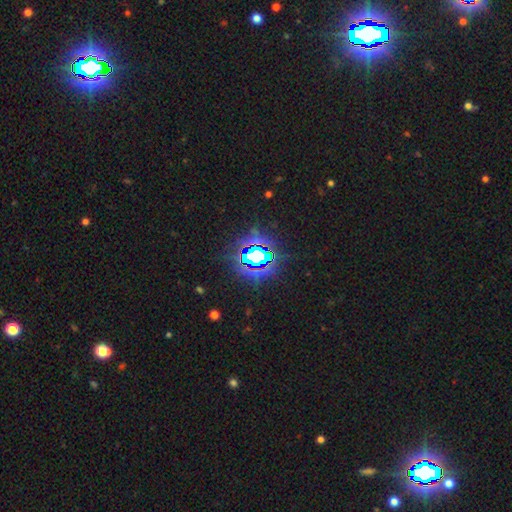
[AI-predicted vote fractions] This appears to be a star or artifact, not a galaxy (79%).